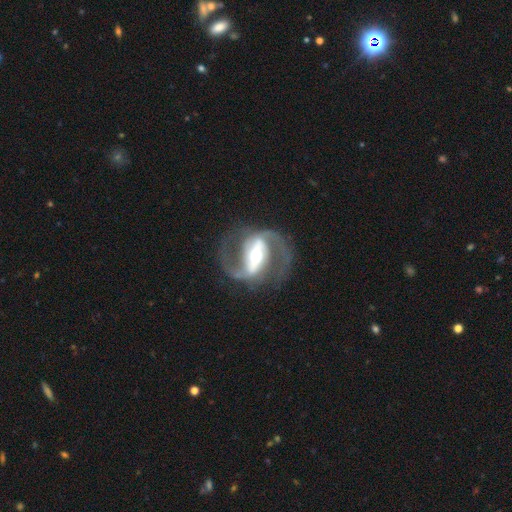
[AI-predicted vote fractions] The model was most divided on "spiral winding": medium: 58%, loose: 26%, tight: 16%. More confident: edge-on disk — no (96%); spiral arms — yes (95%); spiral arm count — 2 (93%); smooth or featured — featured or disk (91%); merging — none (77%); bar — strong (69%); bulge size — moderate (61%).